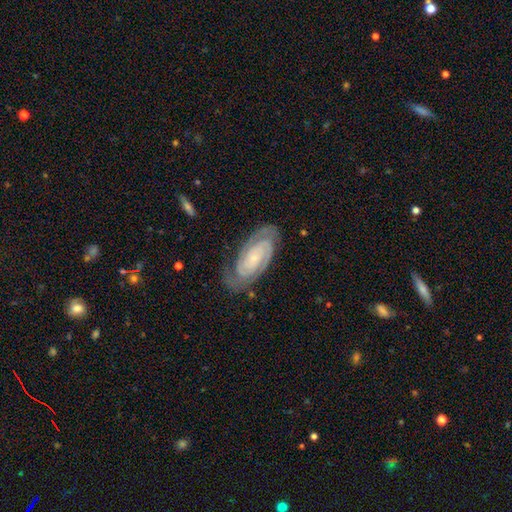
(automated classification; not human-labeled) Smooth or featured? featured or disk (79%)
Edge-on disk? no (94%)
Bar? no (51%)
Spiral arms? yes (95%)
Spiral winding? tight (64%)
Spiral arm count? 2 (72%)
Bulge size? small (54%)
Merging? none (80%)